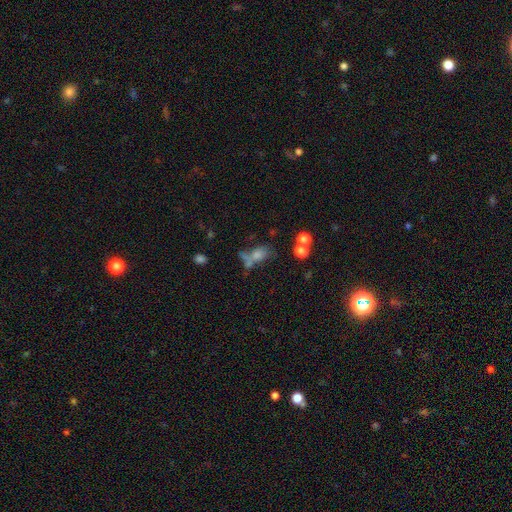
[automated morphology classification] Smooth or featured?
  - smooth: 61% *
  - featured or disk: 21%
  - star or artifact: 18%
How rounded?
  - in between: 68% *
  - round: 25%
  - cigar-shaped: 7%
Merging?
  - merger: 34% *
  - none: 30%
  - major disturbance: 20%
  - minor disturbance: 16%